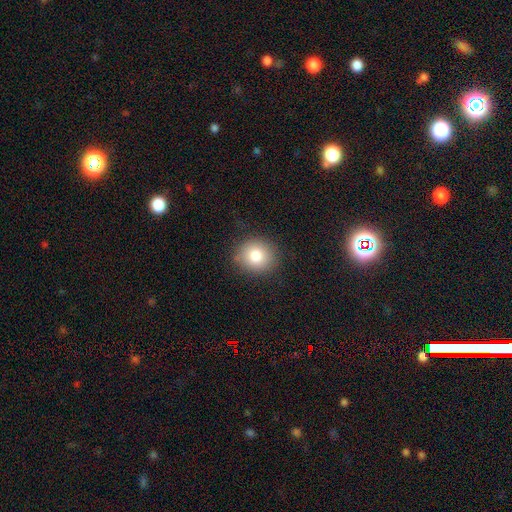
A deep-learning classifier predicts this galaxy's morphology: This is clearly a smooth galaxy (80%). How rounded: clearly round (81%). Merging: clearly none (85%).